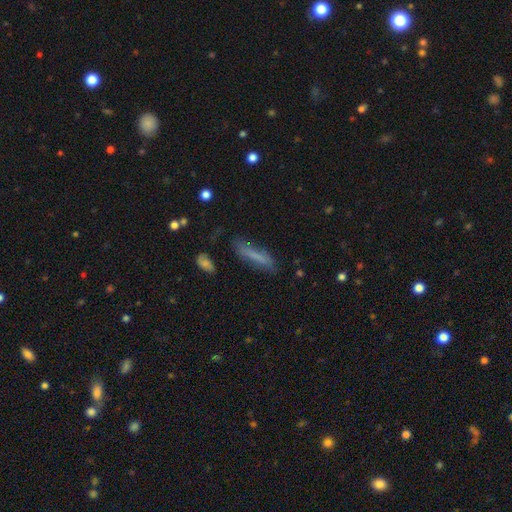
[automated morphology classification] Smooth or featured: smooth — 66% (featured or disk — 24%)
How rounded: cigar-shaped — 82% (in between — 17%)
Merging: none — 69% (minor disturbance — 21%)